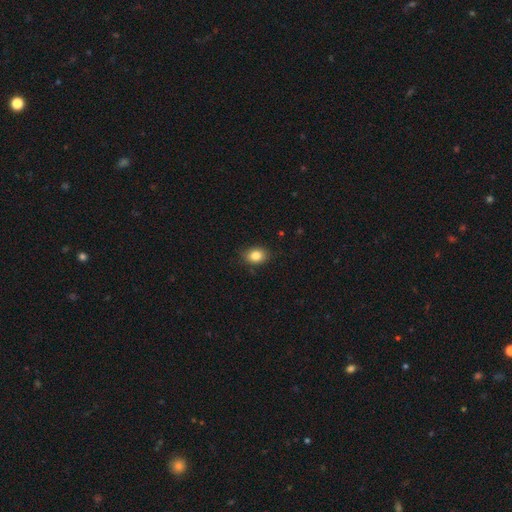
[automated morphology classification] type=smooth (85%); roundness=in between (62%); merging=none (86%).